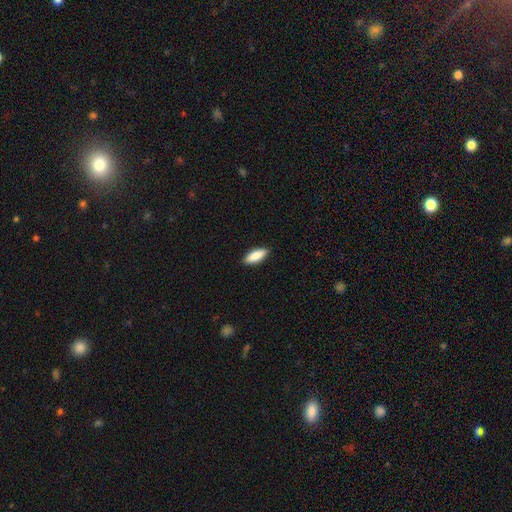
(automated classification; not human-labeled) Morphology: type=smooth (86%); roundness=in between (69%); merging=none (89%).